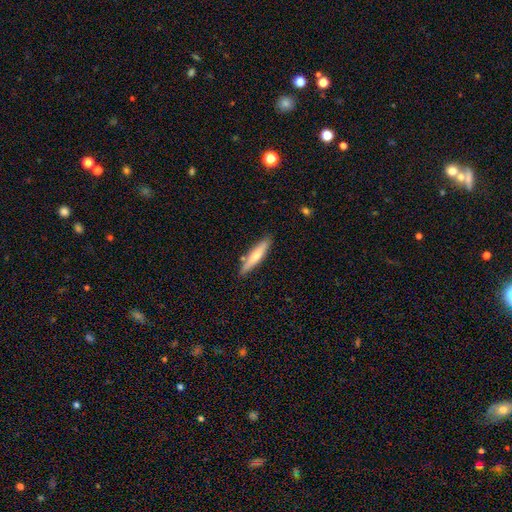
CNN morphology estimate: This is possibly a smooth galaxy (56%). How rounded: clearly cigar-shaped (86%). Merging: clearly none (84%).